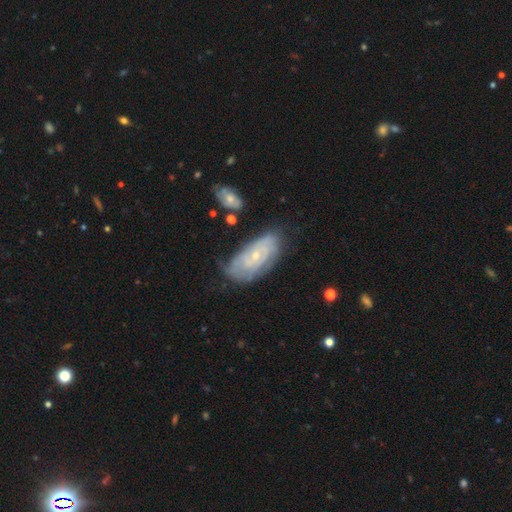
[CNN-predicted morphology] The model was most divided on "merging": none: 63%, minor disturbance: 24%, major disturbance: 8%, merger: 5%. More confident: edge-on disk — no (93%); spiral arms — yes (79%); bar — no (79%); bulge size — small (77%); smooth or featured — featured or disk (70%); spiral winding — tight (68%); spiral arm count — can't tell (59%).